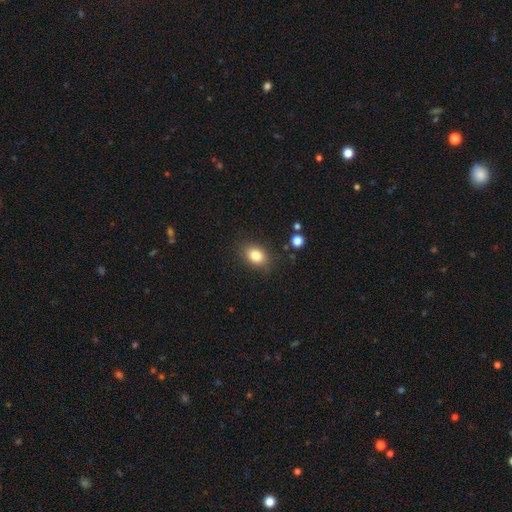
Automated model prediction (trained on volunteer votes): Morphology: type=smooth (82%); roundness=in between (69%); merging=none (84%).